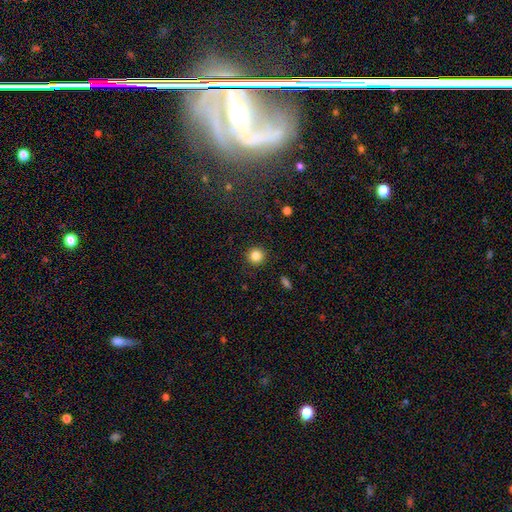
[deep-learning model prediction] This appears to be a smooth galaxy with no disk features (84%) that is round (94%). Merging: none (92%).